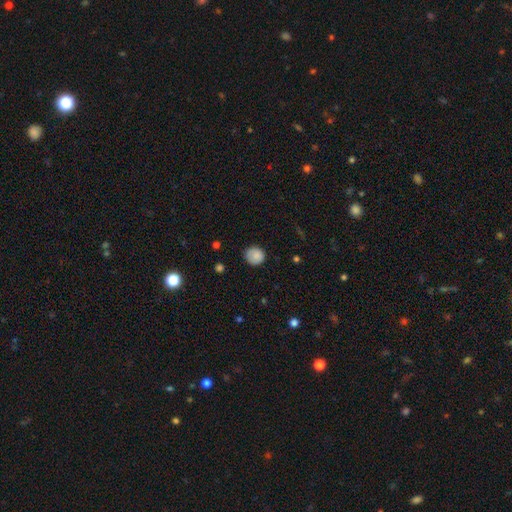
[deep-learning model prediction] This is clearly a smooth galaxy (85%). How rounded: clearly round (86%). Merging: likely none (77%).